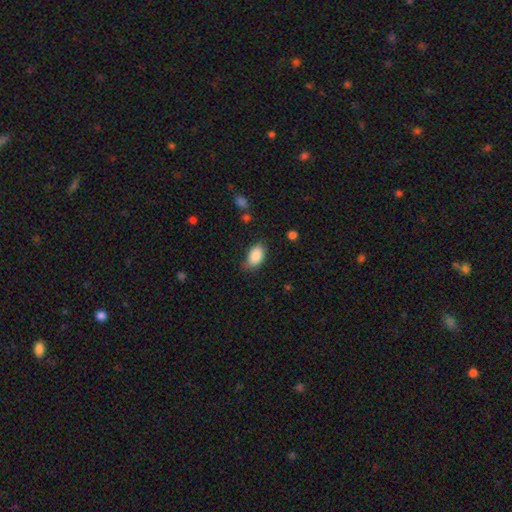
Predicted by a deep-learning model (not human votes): The model was most divided on "merging": none: 68%, minor disturbance: 25%, major disturbance: 5%, merger: 2%. More confident: how rounded — in between (92%); smooth or featured — smooth (88%).